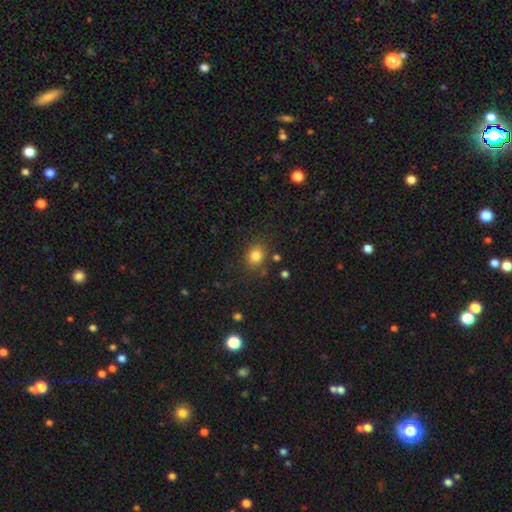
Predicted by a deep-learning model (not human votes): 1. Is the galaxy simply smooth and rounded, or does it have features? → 82% smooth, 12% star or artifact, 6% featured or disk.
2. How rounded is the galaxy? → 70% round, 29% in between, 1% cigar-shaped.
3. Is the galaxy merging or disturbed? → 80% none, 12% minor disturbance, 4% major disturbance, 4% merger.